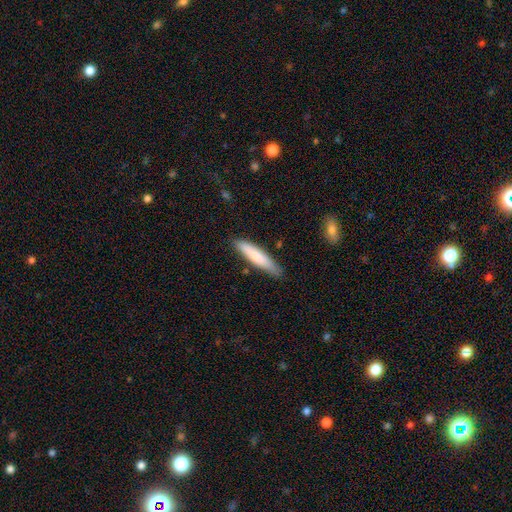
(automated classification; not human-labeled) Smooth or featured? Predicted: smooth (p=0.79). How rounded? Predicted: cigar-shaped (p=0.85). Merging? Predicted: none (p=0.81).